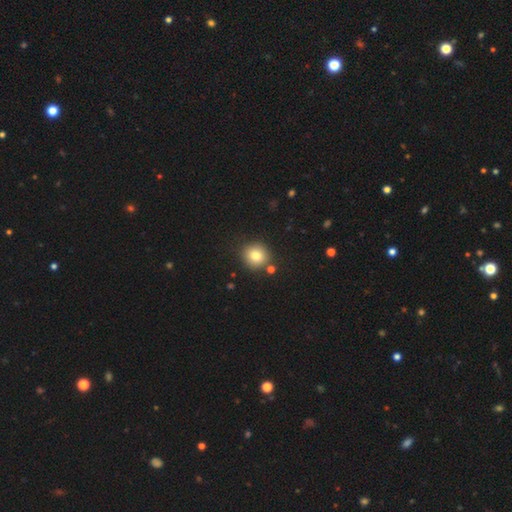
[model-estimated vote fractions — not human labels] This appears to be a smooth galaxy with no disk features (80%) that is round (90%). Merging: none (84%).